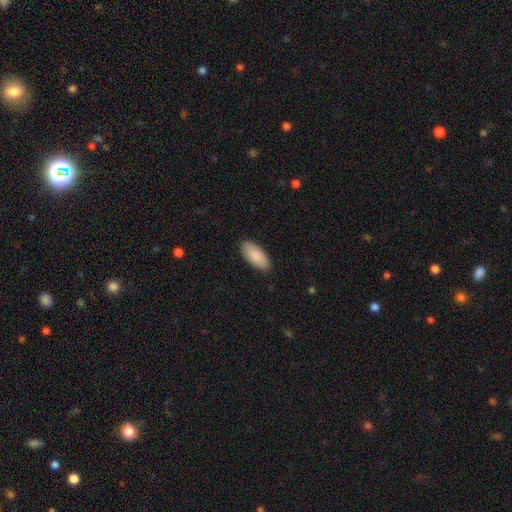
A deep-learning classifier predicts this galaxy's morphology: A smooth galaxy with no disk features (85%) that is in between round and cigar-shaped (91%). Merging: none (89%).